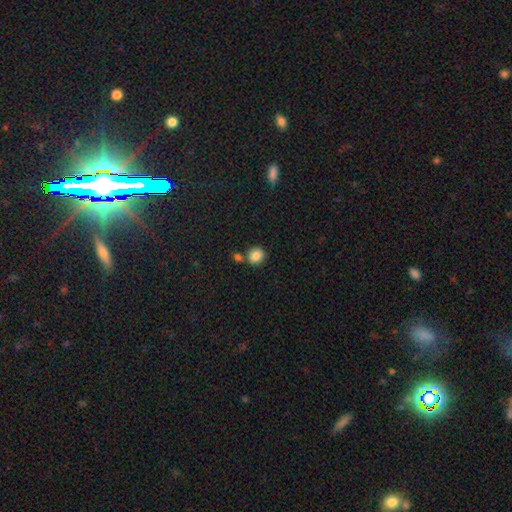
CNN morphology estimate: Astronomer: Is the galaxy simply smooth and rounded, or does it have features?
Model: smooth — 86%.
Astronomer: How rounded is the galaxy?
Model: round — 75%.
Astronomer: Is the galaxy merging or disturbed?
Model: none — 68%.